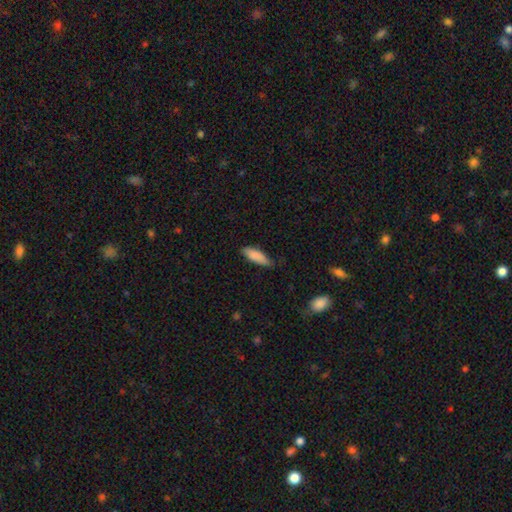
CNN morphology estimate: Smooth or featured?
  - smooth: 86% *
  - featured or disk: 8%
  - star or artifact: 6%
How rounded?
  - in between: 60% *
  - cigar-shaped: 39%
  - round: 2%
Merging?
  - none: 71% *
  - minor disturbance: 24%
  - major disturbance: 4%
  - merger: 1%